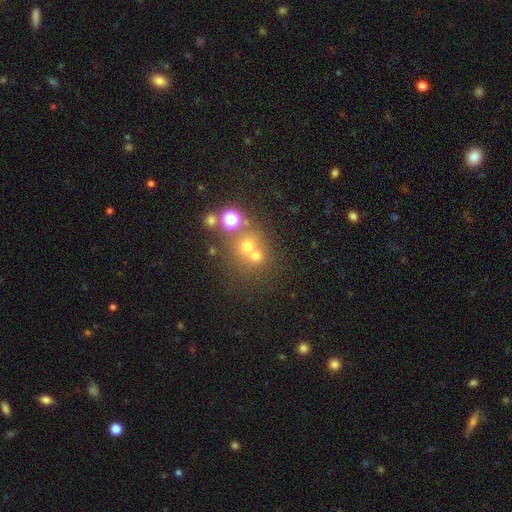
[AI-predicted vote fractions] The model was most divided on "merging": none: 48%, merger: 41%, minor disturbance: 7%, major disturbance: 4%. More confident: how rounded — round (84%); smooth or featured — smooth (60%).